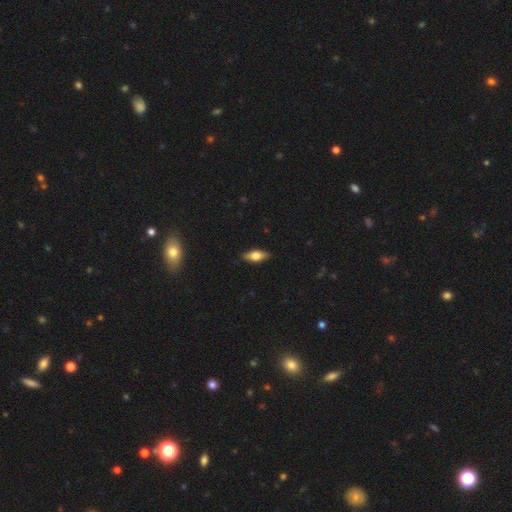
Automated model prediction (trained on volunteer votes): This is possibly a smooth galaxy (56%). How rounded: likely in between (74%). Merging: clearly none (86%).